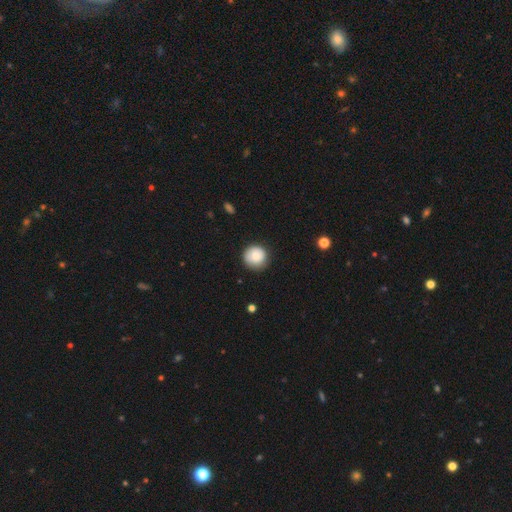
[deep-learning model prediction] Smooth or featured? Predicted: smooth (p=0.82). How rounded? Predicted: round (p=0.95). Merging? Predicted: none (p=0.85).